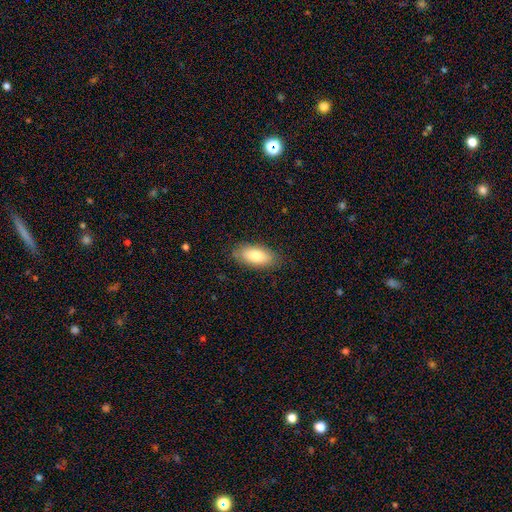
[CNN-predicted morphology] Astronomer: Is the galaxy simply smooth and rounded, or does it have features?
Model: smooth — 78%.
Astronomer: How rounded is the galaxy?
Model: in between — 88%.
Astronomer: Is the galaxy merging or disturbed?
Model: none — 84%.